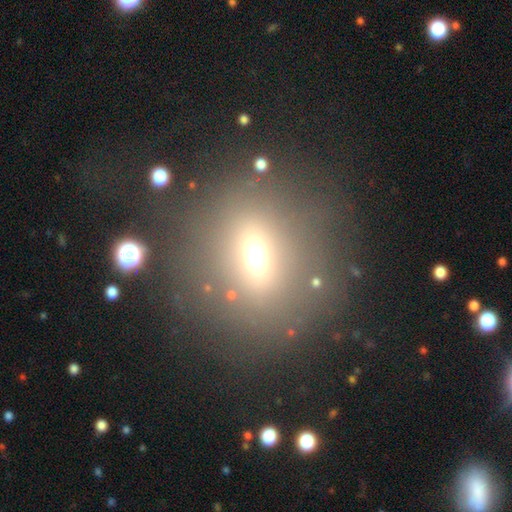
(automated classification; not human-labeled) smooth-or-featured: smooth: 56% | star or artifact: 24% | featured or disk: 20%
  how-rounded: round: 66% | in between: 31% | cigar-shaped: 3%
  merging: none: 78% | minor disturbance: 10% | major disturbance: 7% | merger: 5%